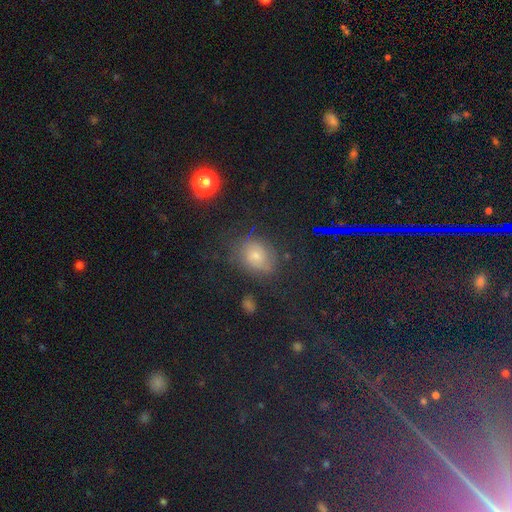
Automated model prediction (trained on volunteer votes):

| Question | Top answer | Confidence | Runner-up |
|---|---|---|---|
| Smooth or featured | smooth | 57% | star or artifact (28%) |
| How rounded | round | 52% | in between (46%) |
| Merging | none | 73% | minor disturbance (17%) |